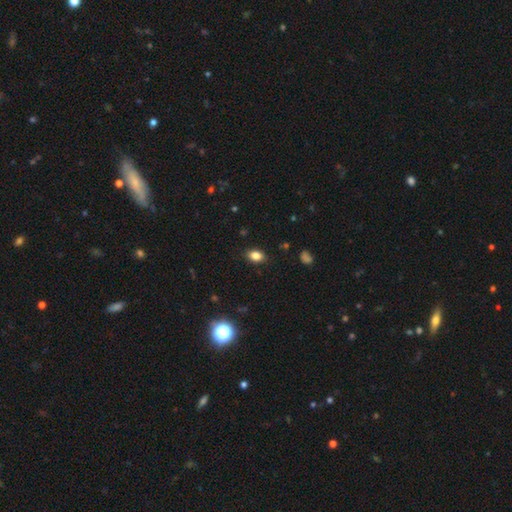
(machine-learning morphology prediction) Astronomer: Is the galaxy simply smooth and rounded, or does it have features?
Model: smooth — 83%.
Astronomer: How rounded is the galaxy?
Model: in between — 77%.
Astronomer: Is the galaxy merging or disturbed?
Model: none — 87%.